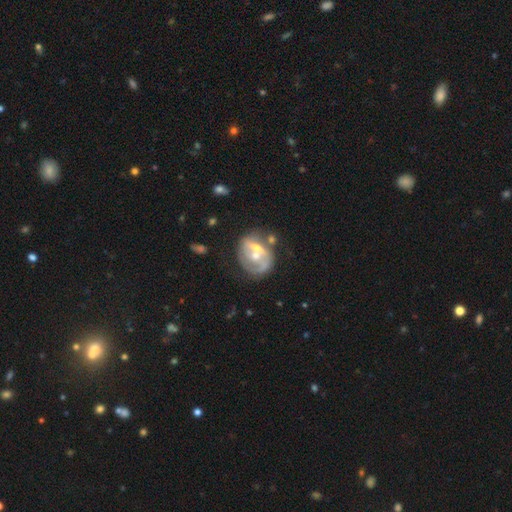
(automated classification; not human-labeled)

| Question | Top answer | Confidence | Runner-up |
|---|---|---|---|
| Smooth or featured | featured or disk | 66% | smooth (27%) |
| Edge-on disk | no | 97% | yes (3%) |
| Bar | no | 57% | weak (31%) |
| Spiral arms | yes | 51% | no (49%) |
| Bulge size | moderate | 54% | small (37%) |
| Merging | none | 37% | merger (26%) |